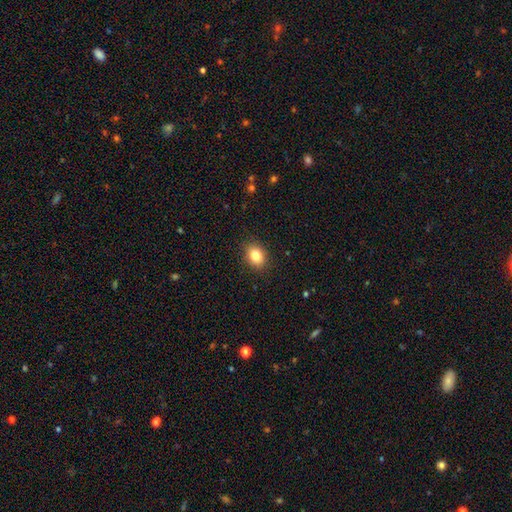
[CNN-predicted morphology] Overall: smooth (84%). How rounded: in between (58%; round 41%). Merging: none (89%).